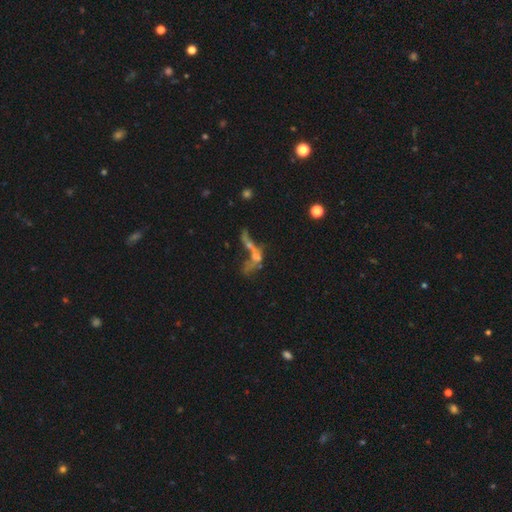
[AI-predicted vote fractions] Smooth or featured: featured or disk — 49% (smooth — 28%)
Merging: merger — 47% (major disturbance — 26%)